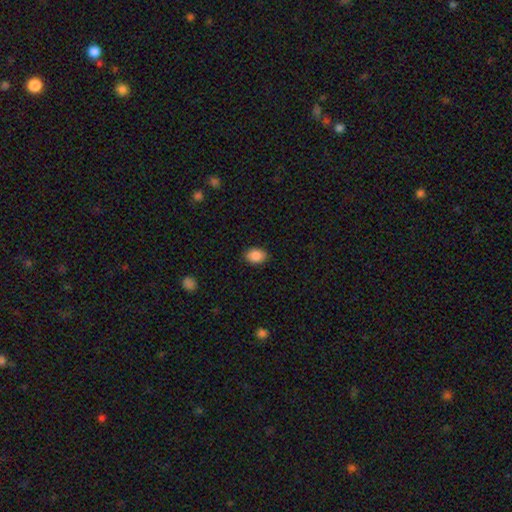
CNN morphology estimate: type=smooth (88%); roundness=in between (72%); merging=none (88%).